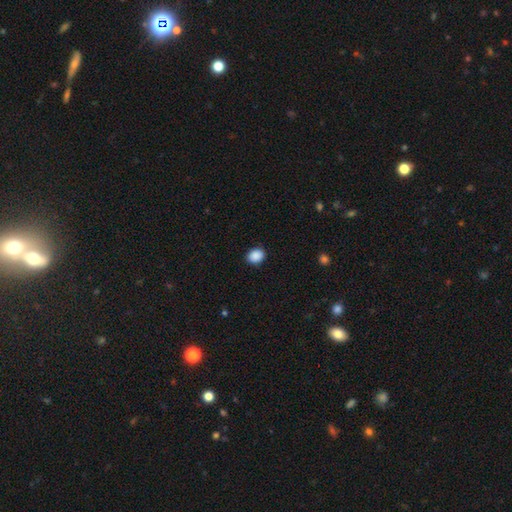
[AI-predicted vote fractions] Smooth or featured? Predicted: smooth (p=0.89). How rounded? Predicted: round (p=0.50). Merging? Predicted: none (p=0.88).